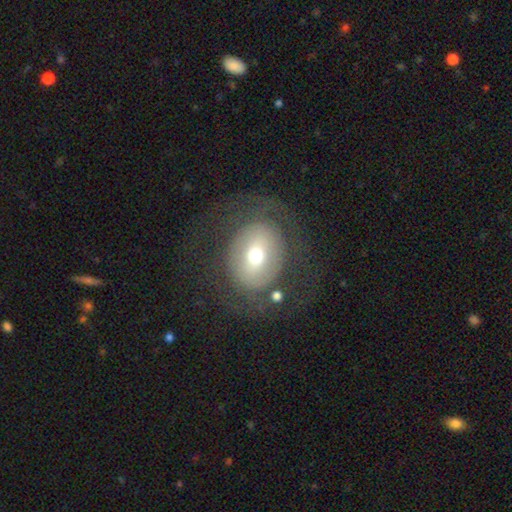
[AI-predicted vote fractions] Smooth or featured: featured or disk — 46% (smooth — 44%)
Merging: none — 64% (major disturbance — 19%)